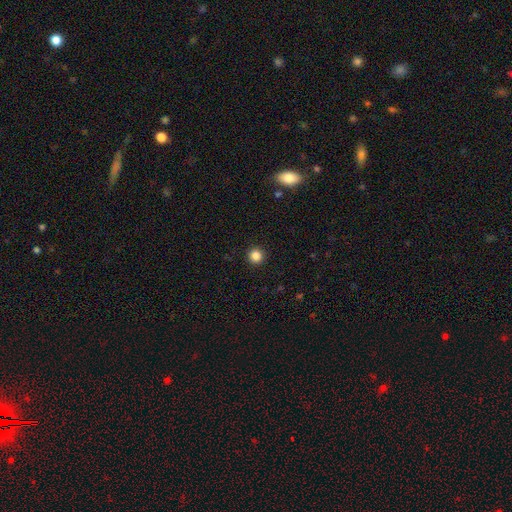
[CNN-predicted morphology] Smooth or featured?
  - smooth: 85% *
  - star or artifact: 11%
  - featured or disk: 4%
How rounded?
  - round: 96% *
  - in between: 4%
  - cigar-shaped: 1%
Merging?
  - none: 93% *
  - minor disturbance: 4%
  - major disturbance: 2%
  - merger: 1%